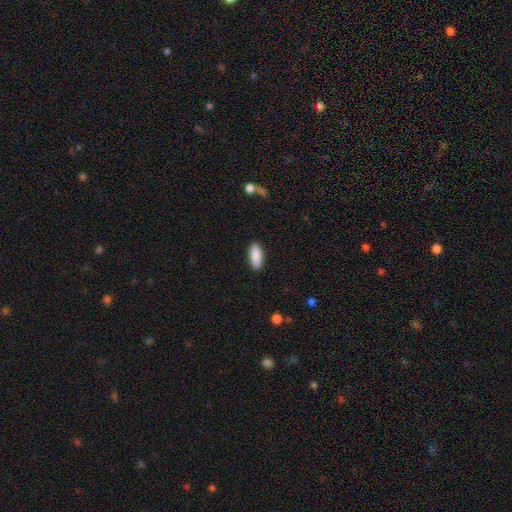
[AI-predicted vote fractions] A smooth galaxy with no disk features (88%) that is in between round and cigar-shaped (75%).

Vote fractions:
- Smooth or featured? smooth: 88% / star or artifact: 6% / featured or disk: 6%
- How rounded? in between: 75% / cigar-shaped: 23% / round: 2%
- Merging? none: 89% / minor disturbance: 8% / major disturbance: 2% / merger: 1%